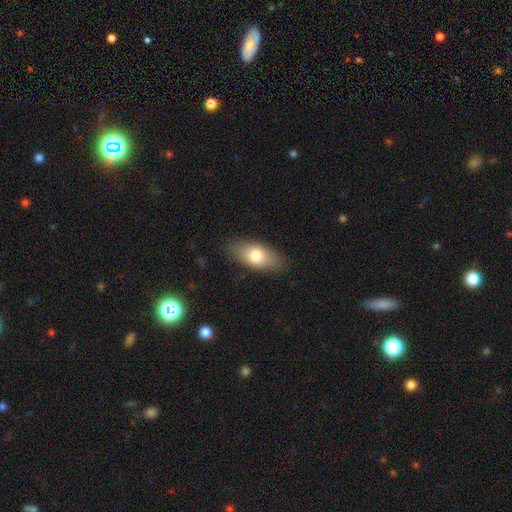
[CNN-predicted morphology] This appears to be a smooth galaxy with no disk features (76%) that is in between round and cigar-shaped (83%). Merging: none (85%).